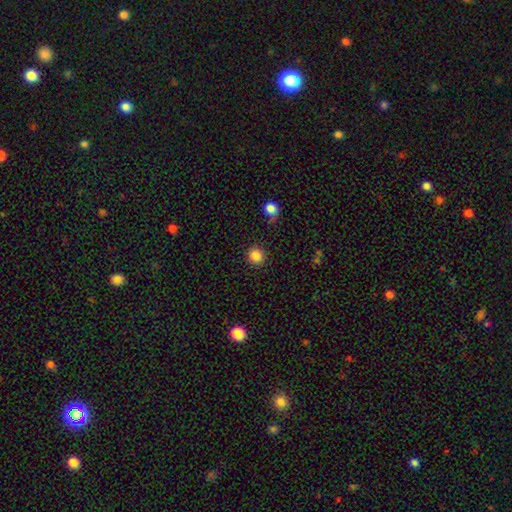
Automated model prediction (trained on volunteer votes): smooth_or_featured: smooth (p=0.86) [alt: star or artifact p=0.10]
how_rounded: round (p=0.91) [alt: in between p=0.08]
merging: none (p=0.89) [alt: minor disturbance p=0.06]